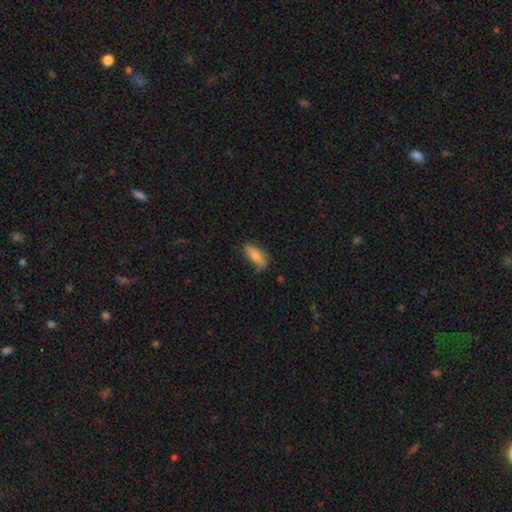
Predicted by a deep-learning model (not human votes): Smooth or featured: smooth — 75% (featured or disk — 19%)
How rounded: in between — 64% (cigar-shaped — 34%)
Merging: none — 71% (minor disturbance — 22%)